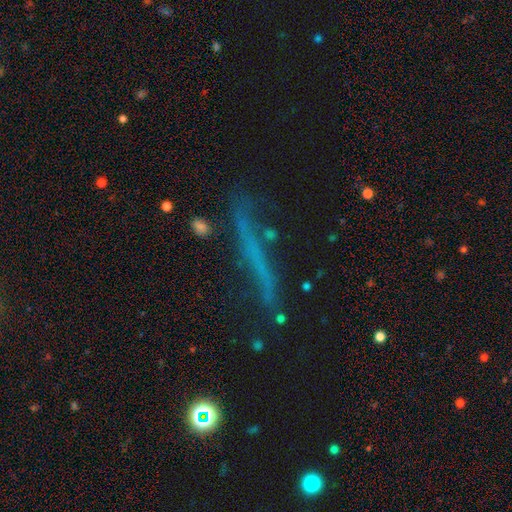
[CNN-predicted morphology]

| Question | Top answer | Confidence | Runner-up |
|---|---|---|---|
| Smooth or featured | featured or disk | 46% | smooth (35%) |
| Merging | none | 64% | minor disturbance (21%) |